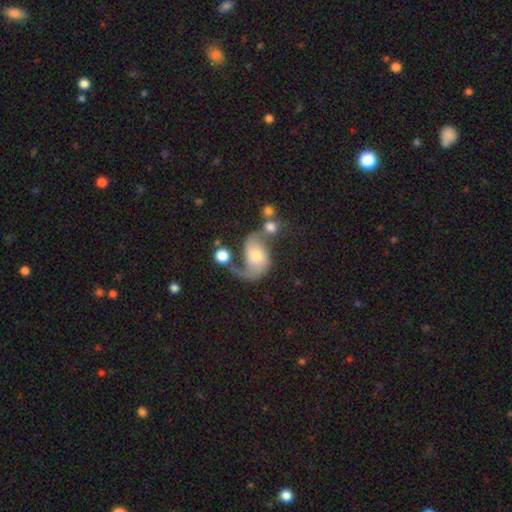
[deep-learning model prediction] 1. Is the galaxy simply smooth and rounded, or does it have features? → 76% featured or disk, 17% smooth, 7% star or artifact.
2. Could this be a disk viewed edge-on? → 97% no, 3% yes.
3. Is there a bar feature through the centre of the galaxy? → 67% no, 27% weak, 6% strong.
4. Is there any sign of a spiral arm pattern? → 93% yes, 7% no.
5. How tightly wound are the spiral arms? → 63% loose, 29% medium, 8% tight.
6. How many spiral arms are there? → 70% 2, 24% 1, 3% can't tell, 1% 3, 1% 4, 1% more than 4.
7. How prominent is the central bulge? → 53% moderate, 34% small, 8% large, 3% none, 2% dominant.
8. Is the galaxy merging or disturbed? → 34% none, 25% merger, 24% major disturbance, 17% minor disturbance.